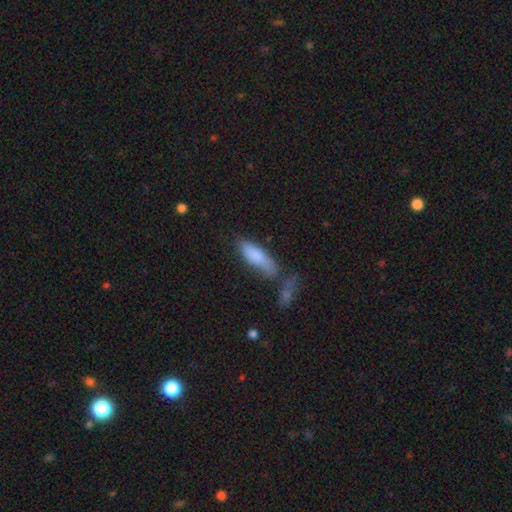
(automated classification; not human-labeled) Smooth or featured? Predicted: smooth (p=0.82). How rounded? Predicted: in between (p=0.54). Merging? Predicted: none (p=0.53).